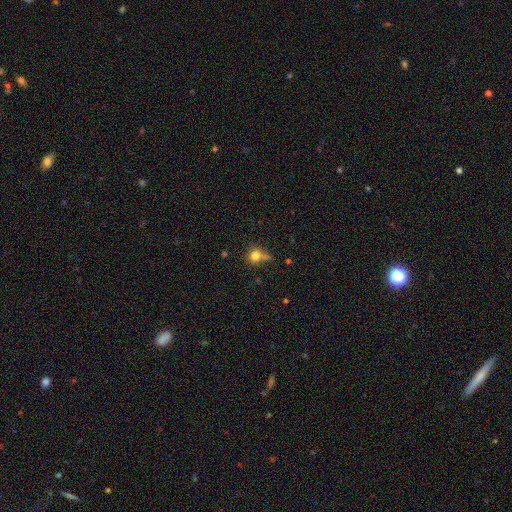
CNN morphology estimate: This appears to be a smooth galaxy with no disk features (79%) that is round (83%). Merging: none (54%).